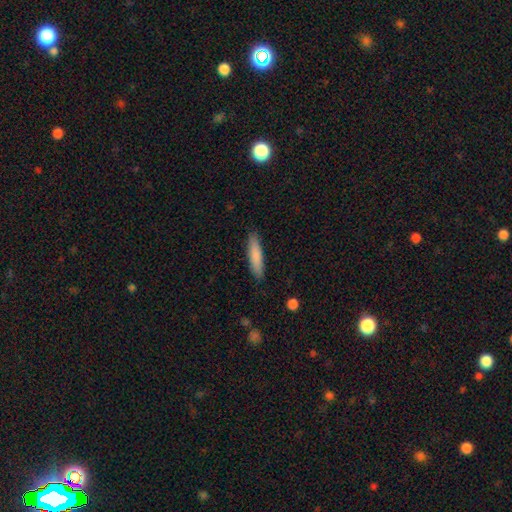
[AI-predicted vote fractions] A smooth galaxy with no disk features (83%) that is cigar-shaped (82%).

Vote fractions:
- Smooth or featured? smooth: 83% / featured or disk: 11% / star or artifact: 6%
- How rounded? cigar-shaped: 82% / in between: 17% / round: 1%
- Merging? none: 88% / minor disturbance: 9% / major disturbance: 2% / merger: 1%